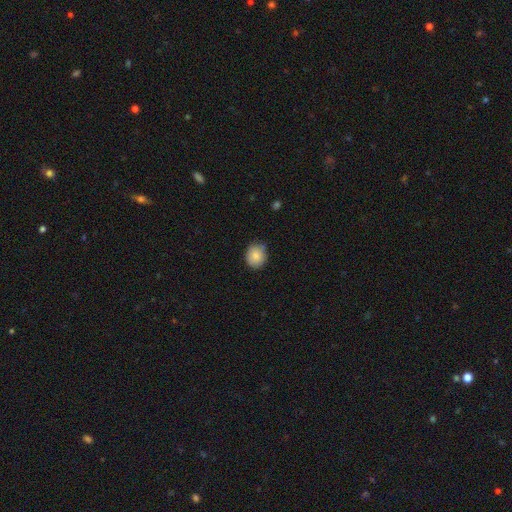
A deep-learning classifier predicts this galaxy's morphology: smooth-or-featured: smooth: 85% | star or artifact: 8% | featured or disk: 6%
  how-rounded: round: 72% | in between: 27% | cigar-shaped: 1%
  merging: none: 78% | minor disturbance: 18% | major disturbance: 3% | merger: 1%